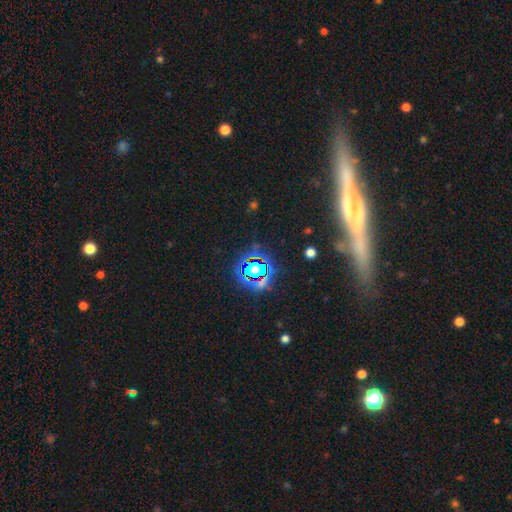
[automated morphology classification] A featured or disk galaxy (68%) viewed edge-on (94%) with a rounded central bulge (42%, tied with none).

Vote fractions:
- Smooth or featured? featured or disk: 68% / smooth: 18% / star or artifact: 13%
- Edge-on disk? yes: 94% / no: 6%
- Edge-on bulge? rounded: 42% (tied) / none: 42% (tied) / boxy: 16%
- Merging? none: 85% / minor disturbance: 10% / major disturbance: 3% / merger: 3%